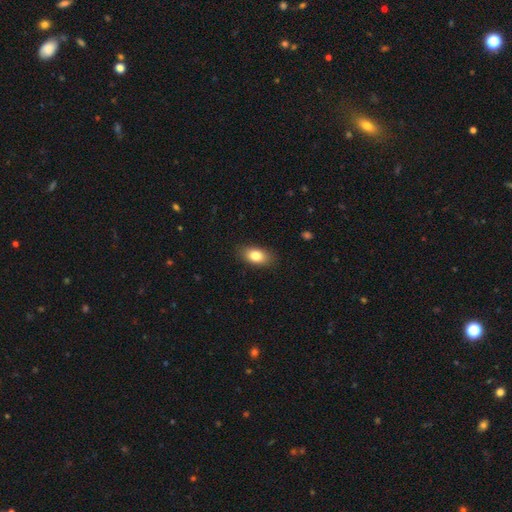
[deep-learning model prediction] A smooth galaxy with no disk features (82%) that is in between round and cigar-shaped (89%). Merging: none (87%).